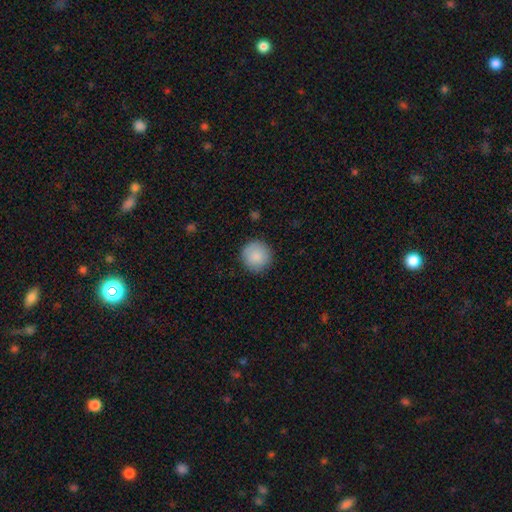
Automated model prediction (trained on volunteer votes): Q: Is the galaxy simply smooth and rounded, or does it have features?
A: smooth — 87%.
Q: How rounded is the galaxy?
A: round — 95%.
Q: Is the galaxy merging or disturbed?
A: none — 89%.